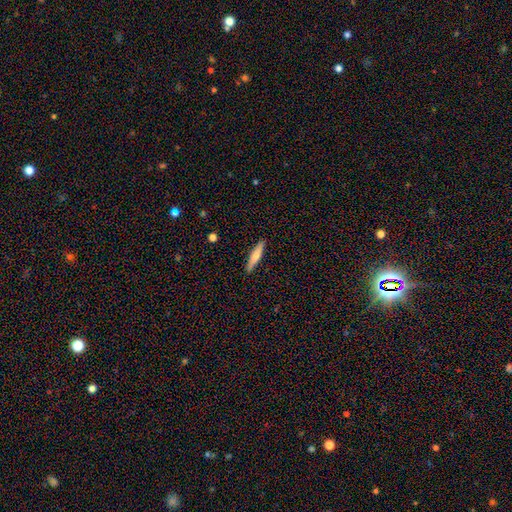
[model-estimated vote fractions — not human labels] smooth_or_featured: smooth (p=0.63) [alt: featured or disk p=0.32]
how_rounded: cigar-shaped (p=0.89) [alt: in between p=0.10]
merging: none (p=0.90) [alt: minor disturbance p=0.07]